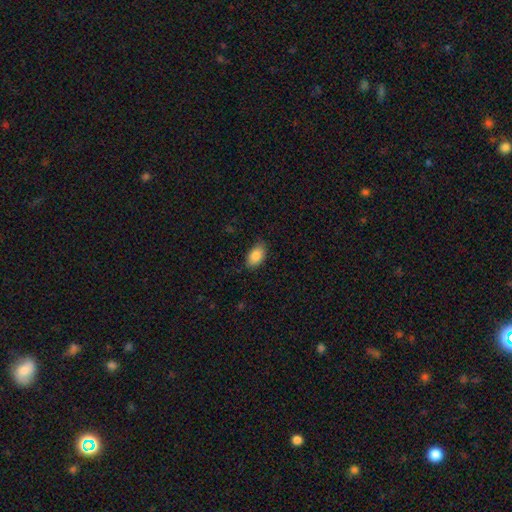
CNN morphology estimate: smooth 87%, star or artifact 7%, featured or disk 6%. Down the decision tree: how rounded — in between (92%); merging — none (80%).